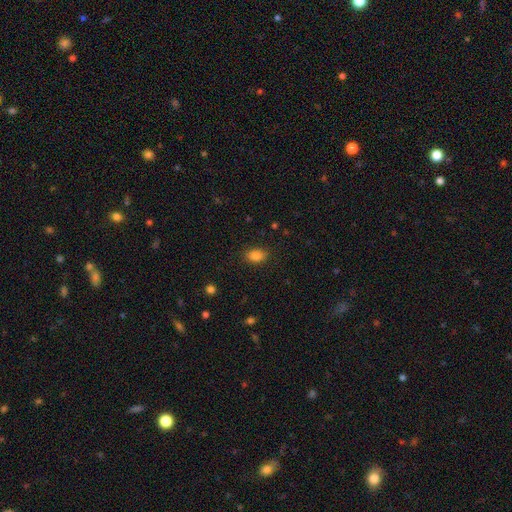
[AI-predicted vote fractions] Smooth or featured: smooth — 85% (star or artifact — 10%)
How rounded: in between — 82% (round — 17%)
Merging: none — 86% (minor disturbance — 10%)